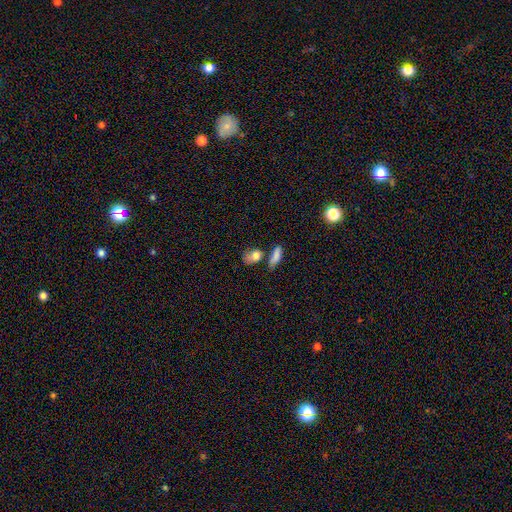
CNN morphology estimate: smooth 78%, featured or disk 13%, star or artifact 9%. Down the decision tree: how rounded — in between (70%); merging — none (43%).